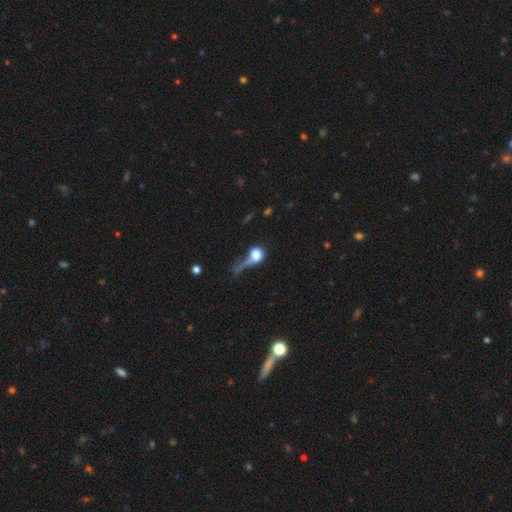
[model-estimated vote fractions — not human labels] Smooth or featured? smooth (67%)
How rounded? round (73%)
Merging? major disturbance (45%)